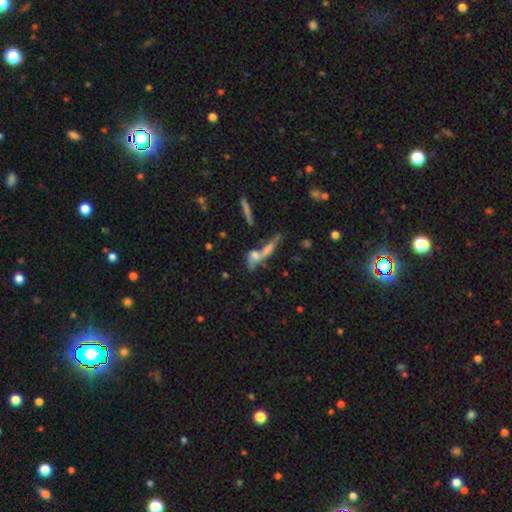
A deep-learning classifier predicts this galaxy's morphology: A smooth galaxy with no disk features (48%). Merging: merger (49%).